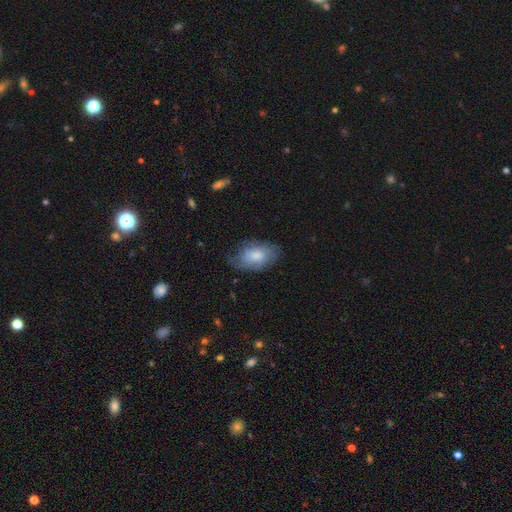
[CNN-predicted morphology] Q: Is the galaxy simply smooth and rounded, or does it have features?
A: smooth — 58%.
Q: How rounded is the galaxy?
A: in between — 91%.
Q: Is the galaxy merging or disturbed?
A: none — 59%.